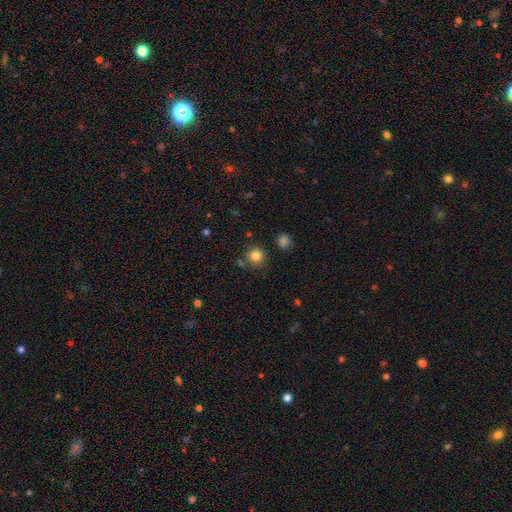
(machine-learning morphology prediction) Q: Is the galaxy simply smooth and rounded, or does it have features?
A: smooth — 83%.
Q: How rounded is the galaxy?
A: round — 93%.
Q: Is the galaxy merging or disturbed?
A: none — 82%.